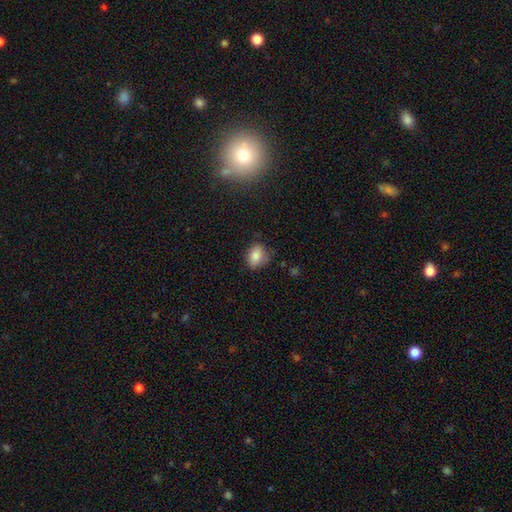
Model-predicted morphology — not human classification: This appears to be a smooth galaxy with no disk features (84%) that is in between round and cigar-shaped (71%). Merging: none (69%).